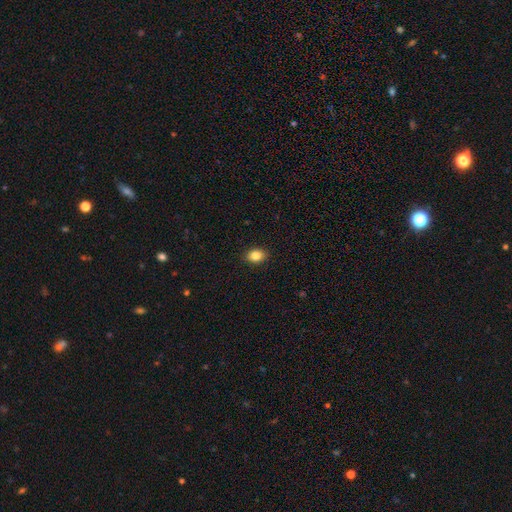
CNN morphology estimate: The model was most divided on "how rounded": in between: 71%, round: 28%, cigar-shaped: 1%. More confident: merging — none (90%); smooth or featured — smooth (86%).